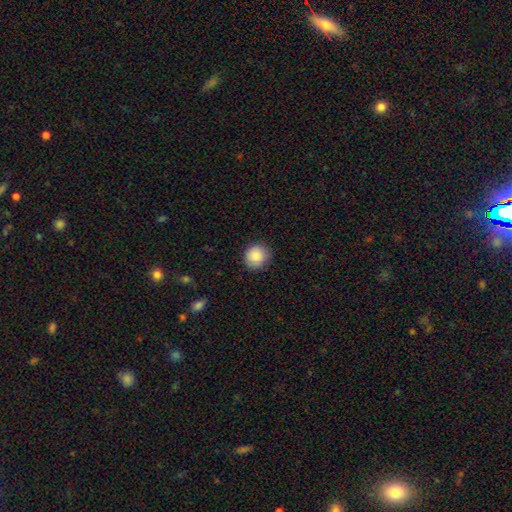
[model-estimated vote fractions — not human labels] Overall: smooth (88%). How rounded: round (88%). Merging: none (84%).